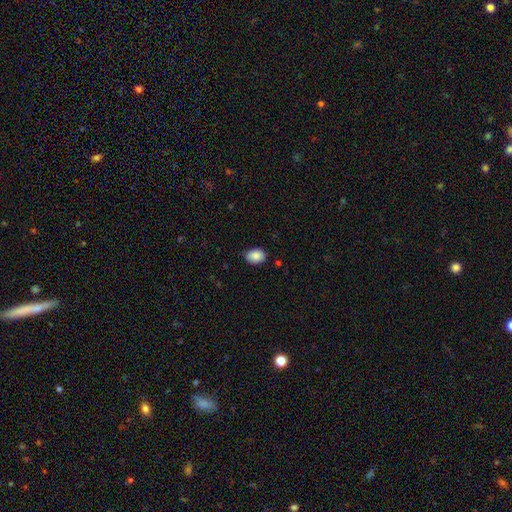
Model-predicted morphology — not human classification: Smooth or featured? smooth (87%)
How rounded? in between (74%)
Merging? none (81%)